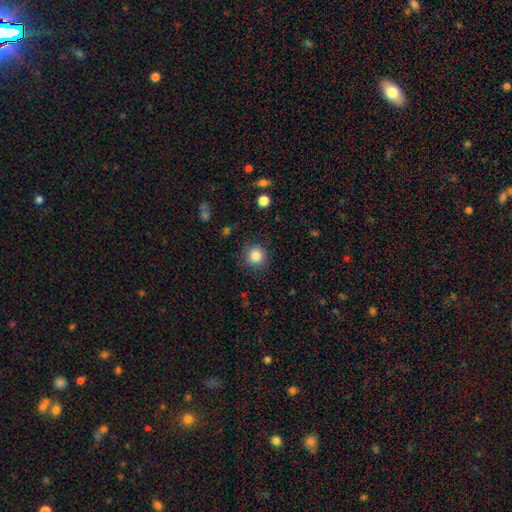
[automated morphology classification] Smooth or featured? Predicted: smooth (p=0.85). How rounded? Predicted: round (p=0.92). Merging? Predicted: none (p=0.87).